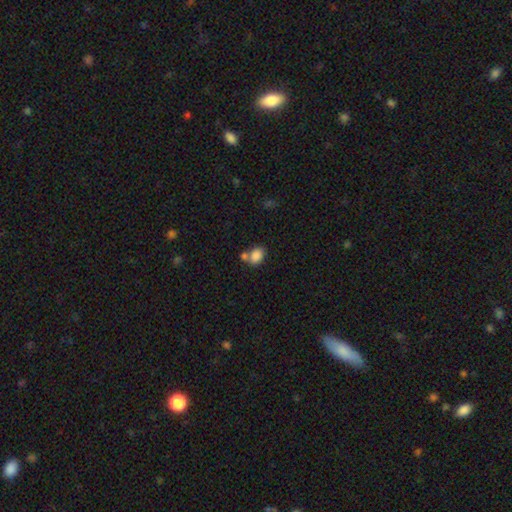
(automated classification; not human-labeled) A smooth galaxy with no disk features (85%) that is in between round and cigar-shaped (69%).

Vote fractions:
- Smooth or featured? smooth: 85% / star or artifact: 9% / featured or disk: 7%
- How rounded? in between: 69% / round: 30% / cigar-shaped: 1%
- Merging? none: 48% / merger: 36% / minor disturbance: 12% / major disturbance: 4%